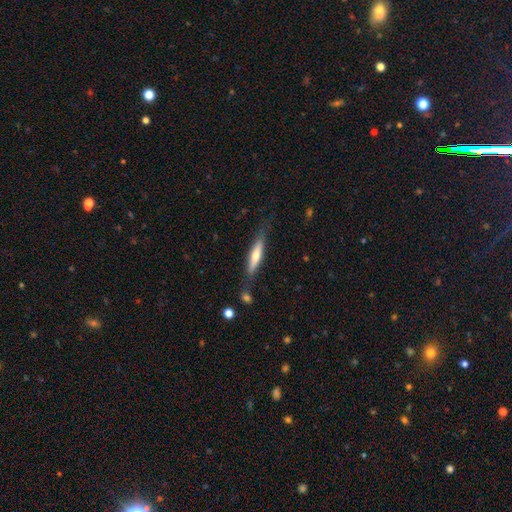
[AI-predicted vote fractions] Smooth or featured?
  - smooth: 52% *
  - featured or disk: 42%
  - star or artifact: 6%
How rounded?
  - cigar-shaped: 85% *
  - in between: 14%
  - round: 1%
Merging?
  - none: 72% *
  - minor disturbance: 19%
  - major disturbance: 6%
  - merger: 4%